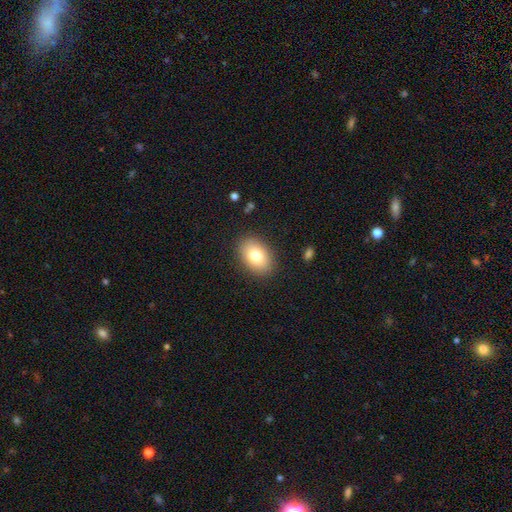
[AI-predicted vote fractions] Smooth or featured? Predicted: smooth (p=0.79). How rounded? Predicted: in between (p=0.85). Merging? Predicted: none (p=0.87).